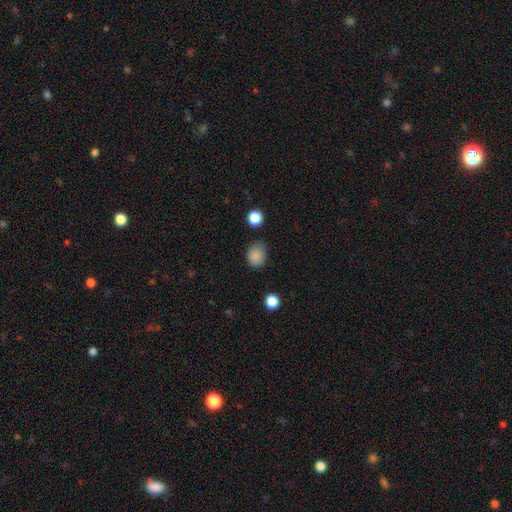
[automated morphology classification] The model was most divided on "how rounded": round: 58%, in between: 41%, cigar-shaped: 1%. More confident: smooth or featured — smooth (86%); merging — none (77%).